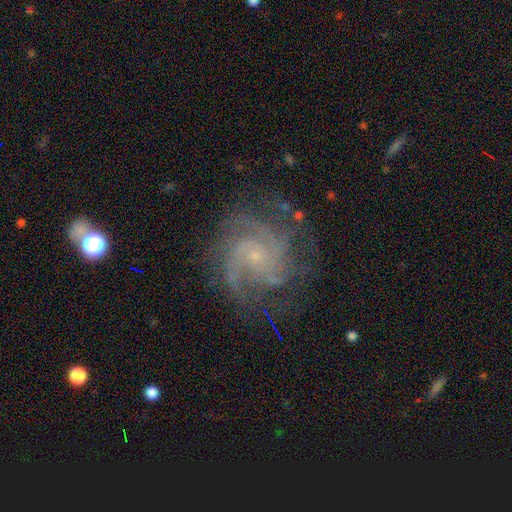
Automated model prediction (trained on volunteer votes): Smooth or featured? Predicted: featured or disk (p=0.88). Edge-on disk? Predicted: no (p=0.98). Bar? Predicted: no (p=0.72). Spiral arms? Predicted: yes (p=0.98). Spiral winding? Predicted: tight (p=0.49). Spiral arm count? Predicted: 3 (p=0.31). Bulge size? Predicted: small (p=0.80). Merging? Predicted: none (p=0.73).